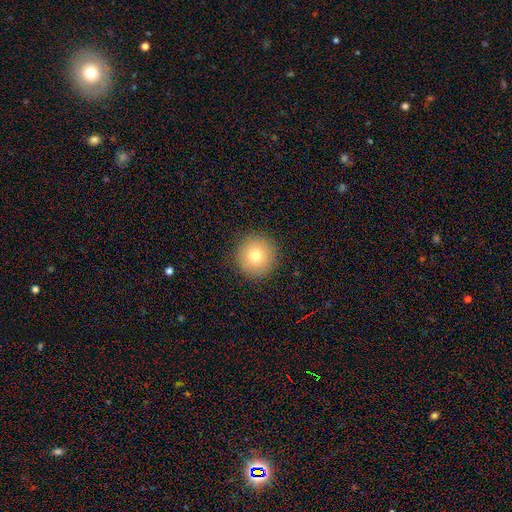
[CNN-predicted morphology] A smooth galaxy with no disk features (77%) that is round (95%). Merging: none (91%).